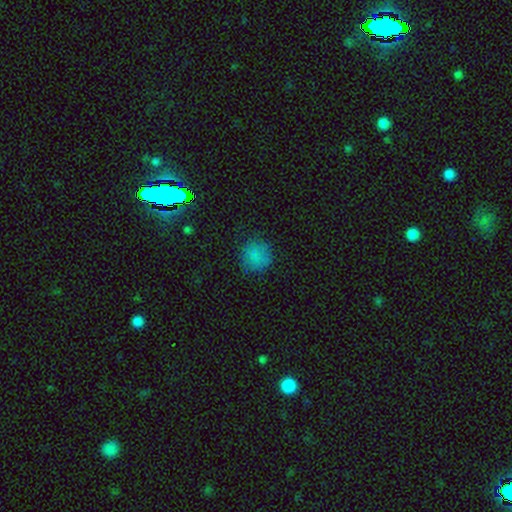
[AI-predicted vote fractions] A smooth galaxy with no disk features (80%) that is round (89%). Merging: none (82%).